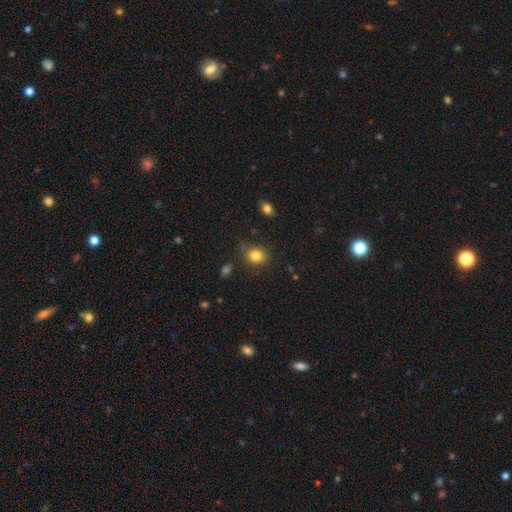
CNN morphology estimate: Smooth or featured? Predicted: smooth (p=0.82). How rounded? Predicted: round (p=0.64). Merging? Predicted: none (p=0.78).